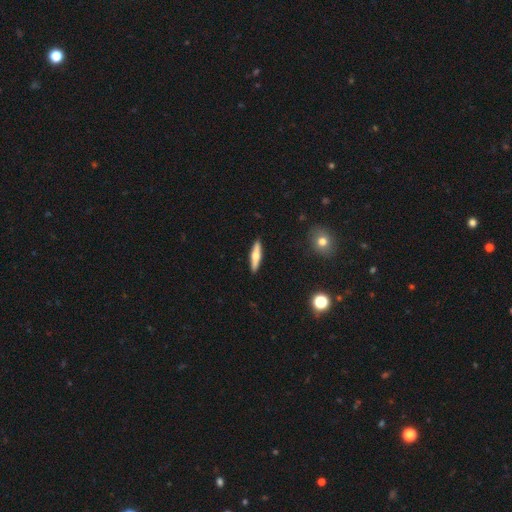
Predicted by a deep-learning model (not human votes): Smooth or featured? smooth (49%)
Merging? none (91%)